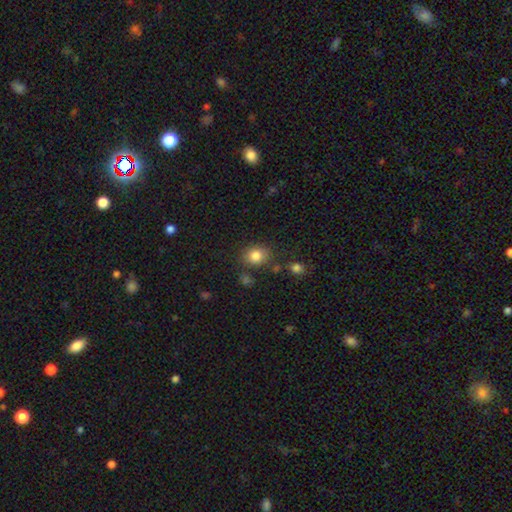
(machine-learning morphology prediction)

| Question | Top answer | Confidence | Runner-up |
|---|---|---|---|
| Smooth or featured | smooth | 83% | star or artifact (11%) |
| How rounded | round | 61% | in between (38%) |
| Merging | none | 78% | minor disturbance (13%) |